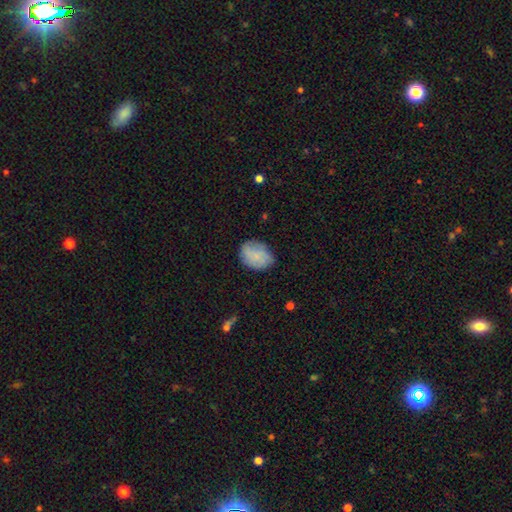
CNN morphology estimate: Smooth or featured: smooth — 73% (featured or disk — 19%)
How rounded: in between — 68% (round — 31%)
Merging: none — 70% (minor disturbance — 22%)